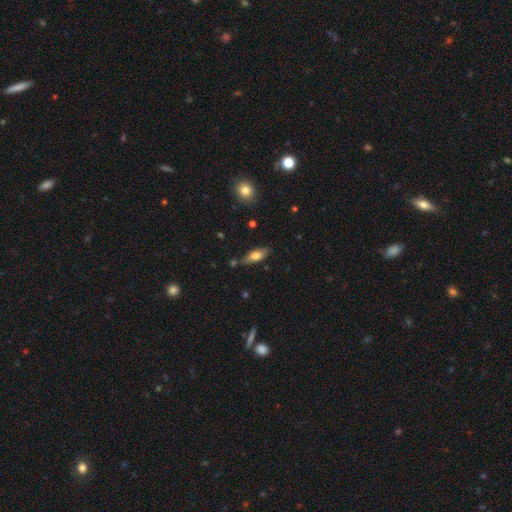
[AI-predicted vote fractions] smooth_or_featured: smooth (p=0.66) [alt: featured or disk p=0.27]
how_rounded: in between (p=0.71) [alt: cigar-shaped p=0.26]
merging: none (p=0.73) [alt: minor disturbance p=0.18]